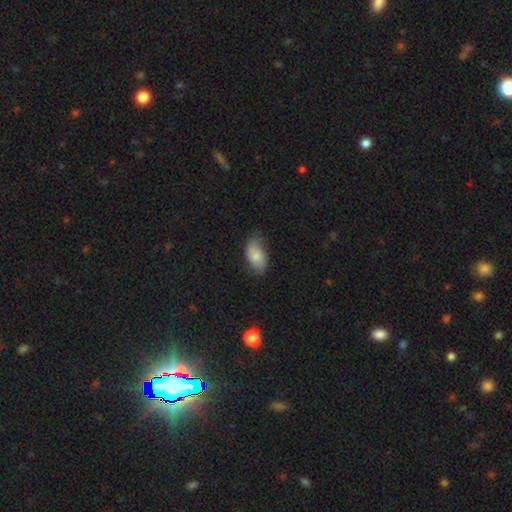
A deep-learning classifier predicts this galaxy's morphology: This is likely a smooth galaxy (75%). How rounded: clearly in between (93%). Merging: possibly none (60%).